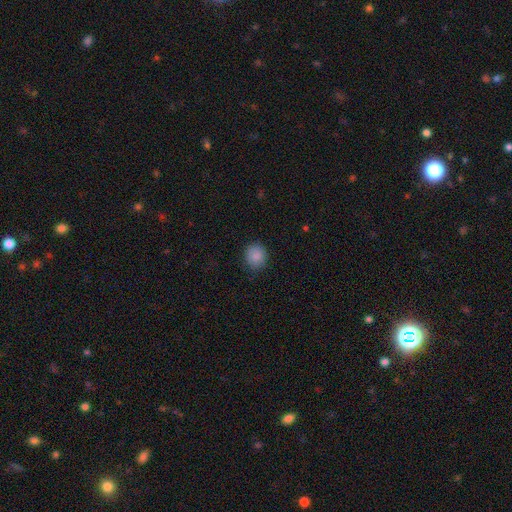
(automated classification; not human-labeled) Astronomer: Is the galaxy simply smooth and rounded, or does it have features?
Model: smooth — 87%.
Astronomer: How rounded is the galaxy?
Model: round — 81%.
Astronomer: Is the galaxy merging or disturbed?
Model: none — 84%.